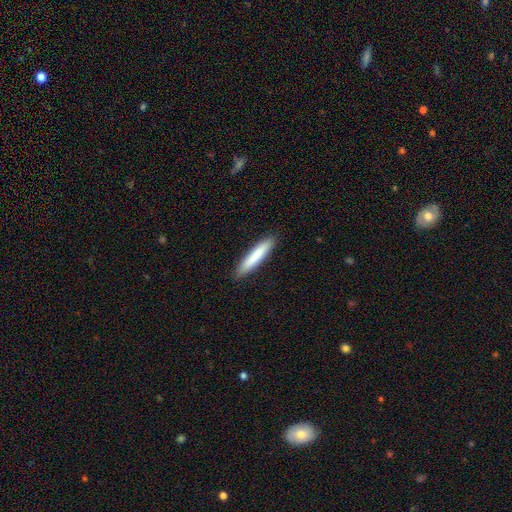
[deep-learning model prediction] smooth_or_featured: smooth (p=0.80) [alt: featured or disk p=0.15]
how_rounded: cigar-shaped (p=0.91) [alt: in between p=0.08]
merging: none (p=0.90) [alt: minor disturbance p=0.07]